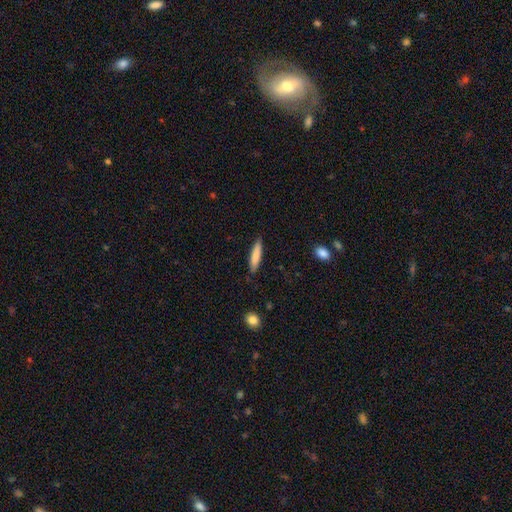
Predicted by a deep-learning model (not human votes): smooth_or_featured: smooth (p=0.81) [alt: featured or disk p=0.13]
how_rounded: cigar-shaped (p=0.84) [alt: in between p=0.14]
merging: none (p=0.86) [alt: minor disturbance p=0.11]